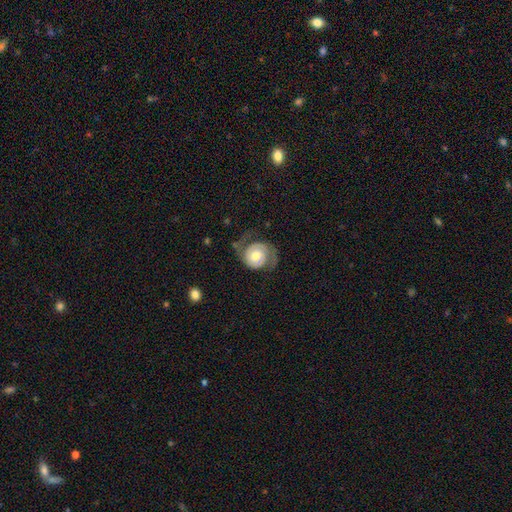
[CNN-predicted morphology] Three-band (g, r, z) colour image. It shows a featured or disk galaxy (77%) with no bar (73%), 2 (88%) medium (40%) spiral arms (94%) and a moderate central bulge (63%). Merging: none (61%).